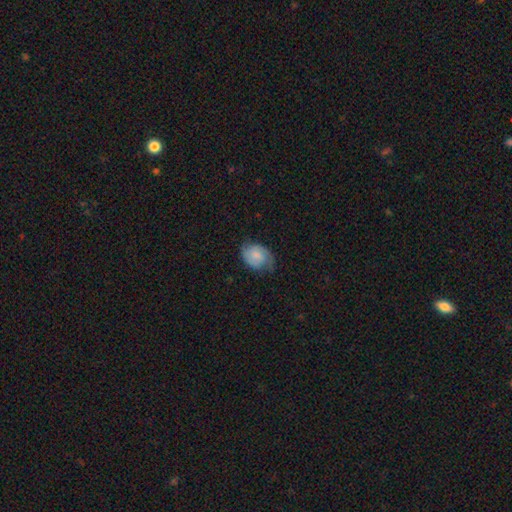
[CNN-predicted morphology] smooth 53%, featured or disk 39%, star or artifact 7%. Down the decision tree: how rounded — in between (62%); merging — none (57%).